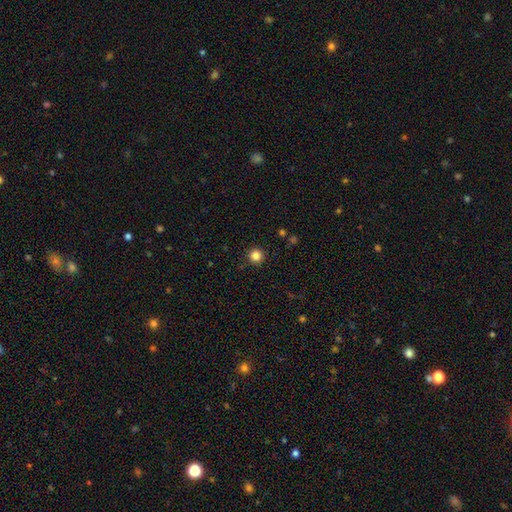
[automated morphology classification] smooth 84%, star or artifact 12%, featured or disk 4%. Down the decision tree: how rounded — round (95%); merging — none (92%).